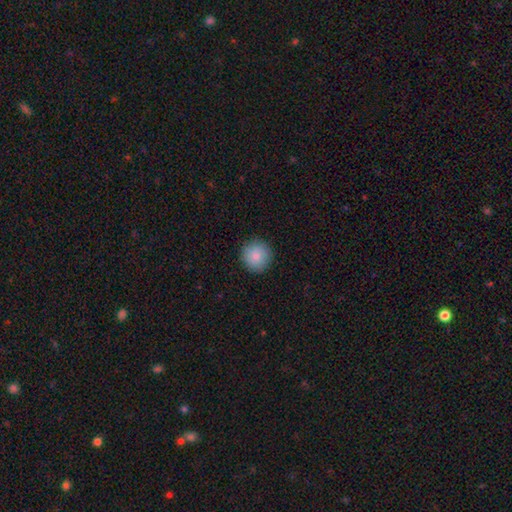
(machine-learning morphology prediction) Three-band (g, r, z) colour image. It shows a smooth galaxy with no disk features (87%) that is round (94%). Merging: none (90%).